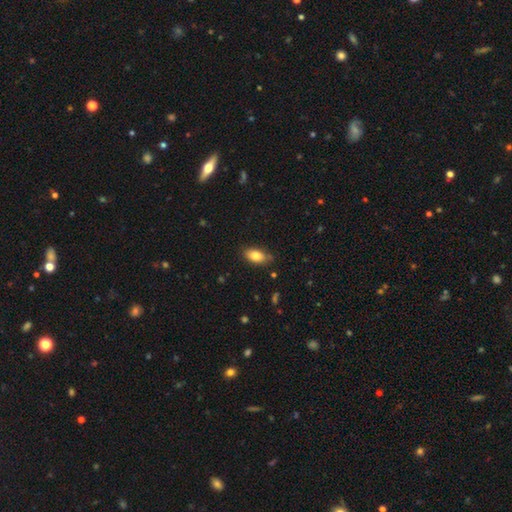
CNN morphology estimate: Overall: smooth (82%). How rounded: in between (89%). Merging: none (79%).